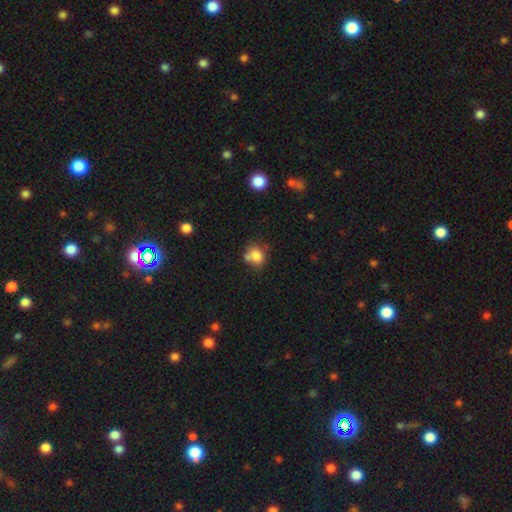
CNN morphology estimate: Q: Smooth or featured?
A: smooth (79%); runner-up: star or artifact (11%)
Q: How rounded?
A: round (61%); runner-up: in between (38%)
Q: Merging?
A: none (52%); runner-up: merger (25%)